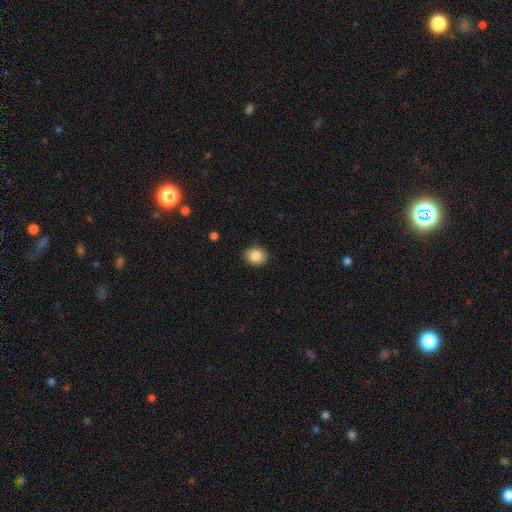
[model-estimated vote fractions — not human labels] Morphology: type=smooth (84%); roundness=round (67%); merging=none (90%).